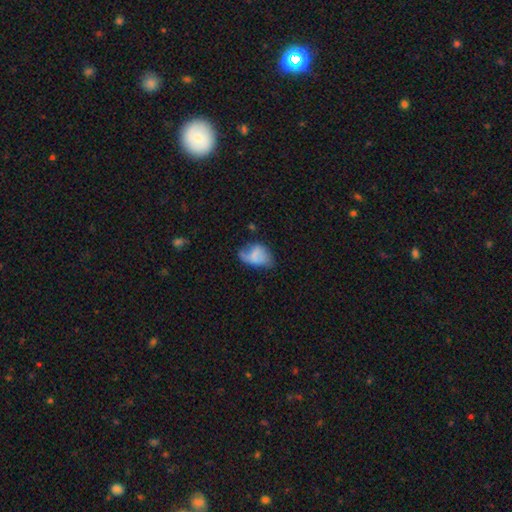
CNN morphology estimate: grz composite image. It shows a smooth galaxy with no disk features (51%) that is in between round and cigar-shaped (84%). Merging: minor disturbance (34%).